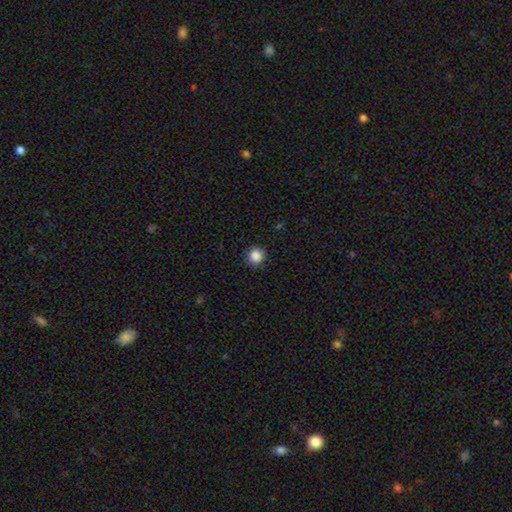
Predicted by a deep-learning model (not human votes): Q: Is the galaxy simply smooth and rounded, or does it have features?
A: smooth — 86%.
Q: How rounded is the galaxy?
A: round — 92%.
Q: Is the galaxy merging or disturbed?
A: none — 92%.